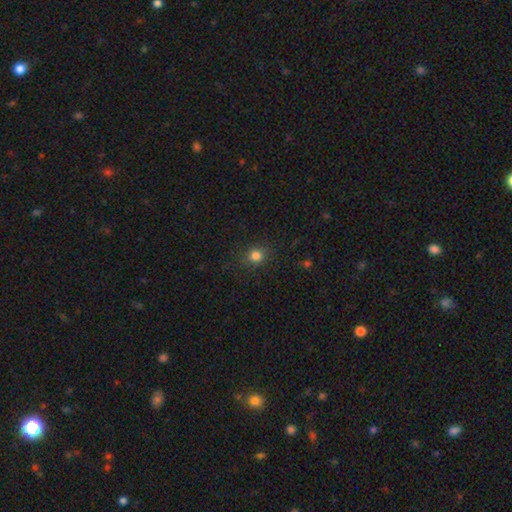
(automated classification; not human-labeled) This appears to be a smooth galaxy with no disk features (82%) that is round (84%). Merging: none (86%).